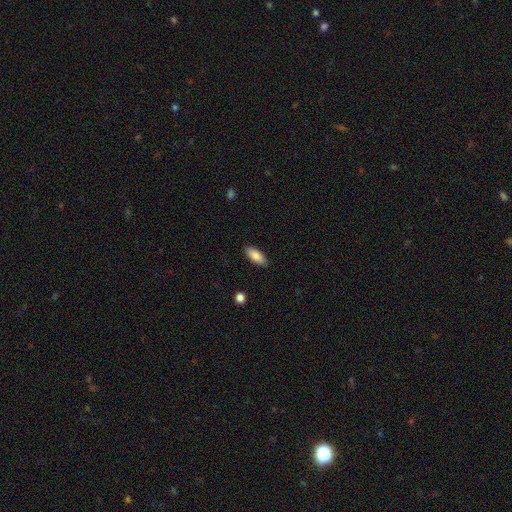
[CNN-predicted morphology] smooth 85%, featured or disk 9%, star or artifact 6%. Down the decision tree: how rounded — in between (83%); merging — none (88%).